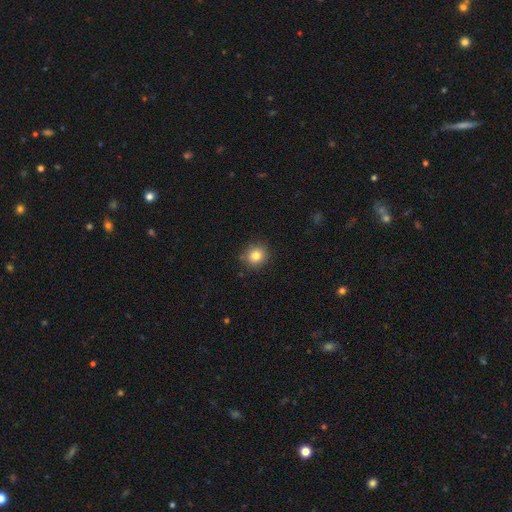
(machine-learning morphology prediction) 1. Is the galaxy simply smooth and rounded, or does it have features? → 82% smooth, 12% star or artifact, 7% featured or disk.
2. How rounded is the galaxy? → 89% round, 11% in between, 1% cigar-shaped.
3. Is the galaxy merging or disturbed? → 88% none, 9% minor disturbance, 2% major disturbance, 1% merger.